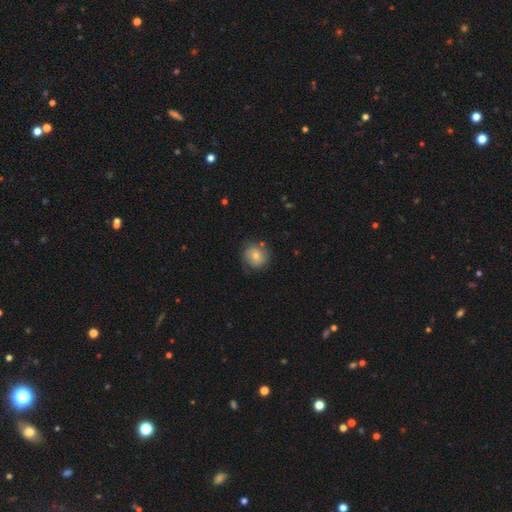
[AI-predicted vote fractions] A smooth galaxy with no disk features (68%) that is round (89%).

Vote fractions:
- Smooth or featured? smooth: 68% / featured or disk: 22% / star or artifact: 9%
- How rounded? round: 89% / in between: 10% / cigar-shaped: 1%
- Merging? none: 77% / minor disturbance: 16% / major disturbance: 4% / merger: 3%